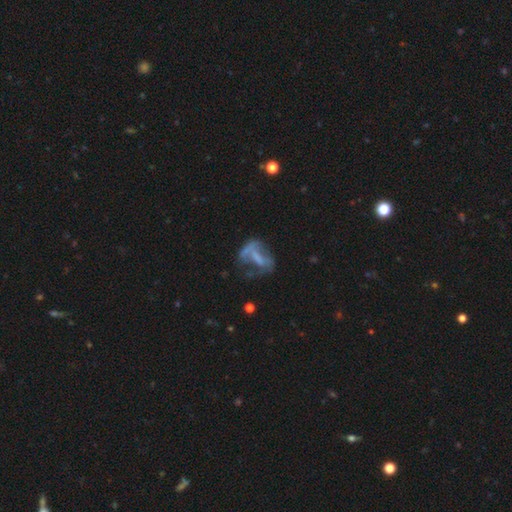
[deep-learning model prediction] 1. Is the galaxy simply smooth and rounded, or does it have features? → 56% featured or disk, 29% smooth, 15% star or artifact.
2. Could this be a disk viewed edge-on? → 95% no, 5% yes.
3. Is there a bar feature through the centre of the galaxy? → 53% no, 27% weak, 20% strong.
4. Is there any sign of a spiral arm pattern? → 64% no, 36% yes.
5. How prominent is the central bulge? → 63% none, 17% small, 14% moderate, 5% large, 1% dominant.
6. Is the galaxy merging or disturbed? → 38% major disturbance, 33% none, 20% minor disturbance, 9% merger.